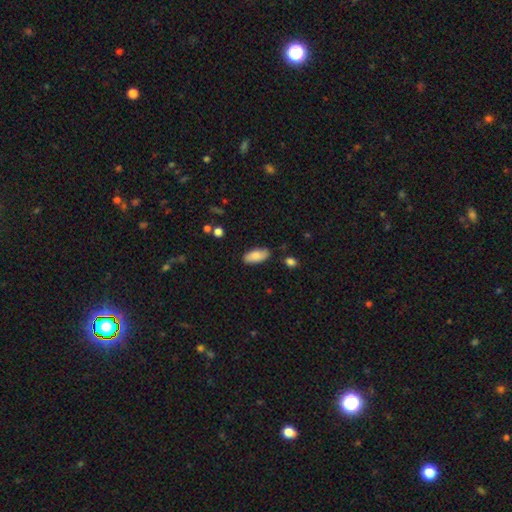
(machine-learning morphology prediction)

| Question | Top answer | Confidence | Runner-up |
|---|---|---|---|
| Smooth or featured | smooth | 85% | featured or disk (9%) |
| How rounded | in between | 87% | cigar-shaped (11%) |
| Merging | none | 84% | minor disturbance (12%) |